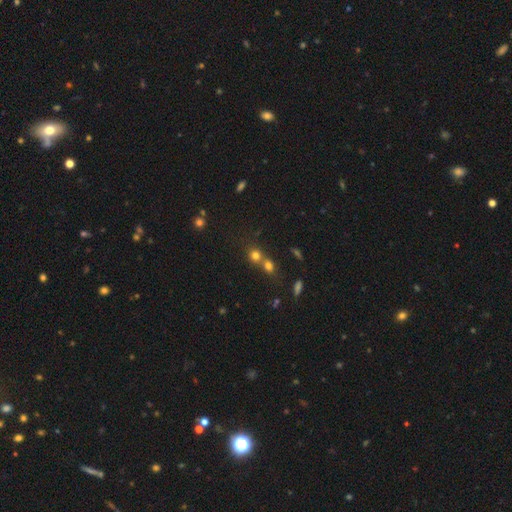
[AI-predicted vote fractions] Smooth or featured?
  - smooth: 72% *
  - star or artifact: 18%
  - featured or disk: 10%
How rounded?
  - round: 84% *
  - in between: 15%
  - cigar-shaped: 1%
Merging?
  - merger: 48% *
  - none: 43%
  - minor disturbance: 6%
  - major disturbance: 3%